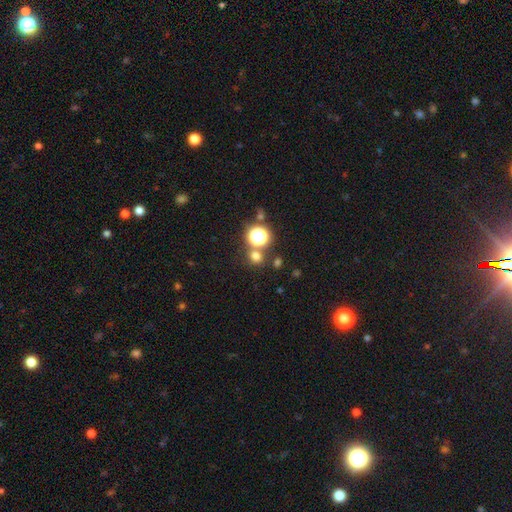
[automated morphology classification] Smooth or featured: smooth — 65% (star or artifact — 28%)
How rounded: round — 83% (in between — 16%)
Merging: none — 75% (merger — 14%)